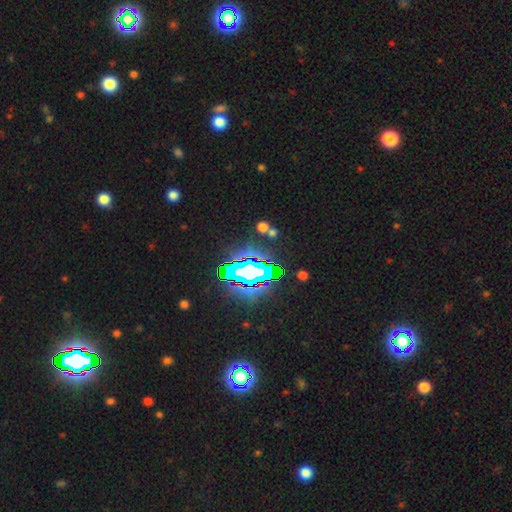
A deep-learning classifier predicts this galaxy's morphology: smooth_or_featured: star or artifact (p=0.79) [alt: smooth p=0.12]